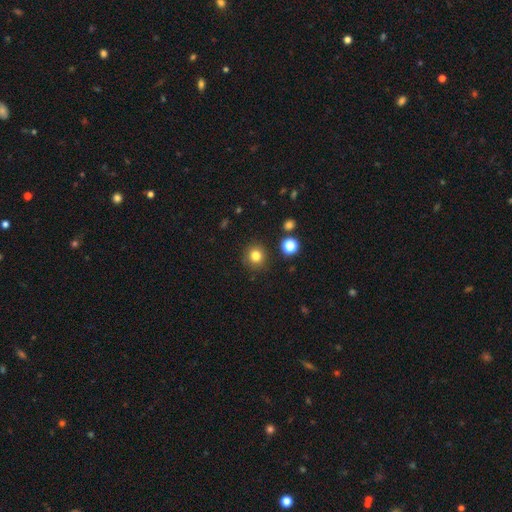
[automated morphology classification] Smooth or featured: smooth — 81% (star or artifact — 13%)
How rounded: round — 90% (in between — 9%)
Merging: none — 88% (minor disturbance — 7%)